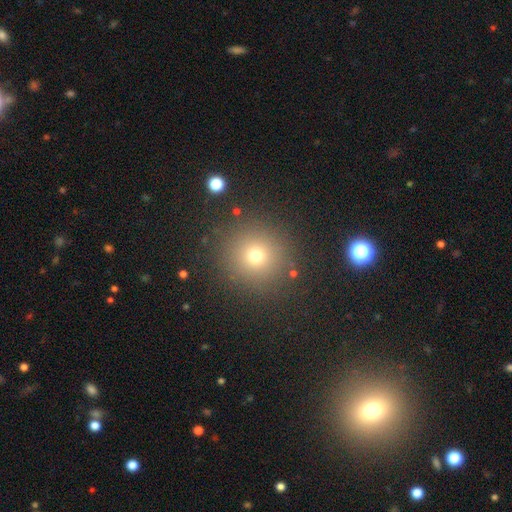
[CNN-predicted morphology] Smooth or featured? Predicted: smooth (p=0.71). How rounded? Predicted: round (p=0.94). Merging? Predicted: none (p=0.88).